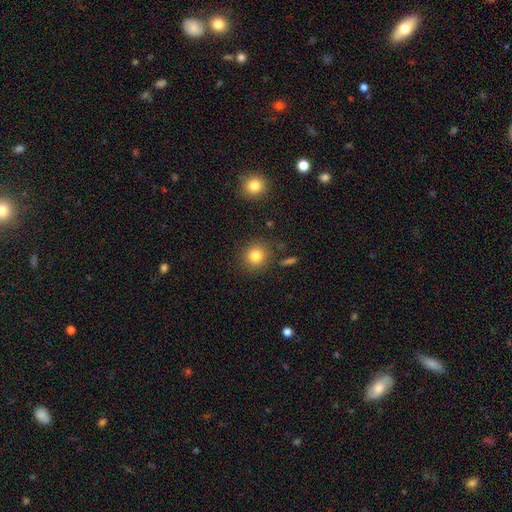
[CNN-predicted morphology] smooth-or-featured: smooth: 82% | star or artifact: 11% | featured or disk: 7%
  how-rounded: round: 89% | in between: 10% | cigar-shaped: 1%
  merging: none: 86% | minor disturbance: 8% | major disturbance: 3% | merger: 3%